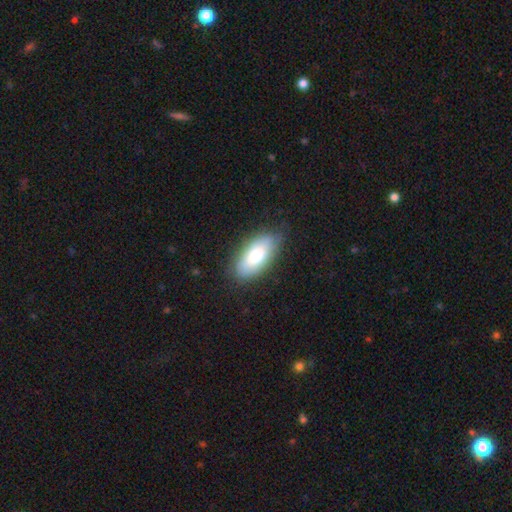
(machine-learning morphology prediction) This is likely a smooth galaxy (76%). How rounded: clearly in between (90%). Merging: clearly none (80%).